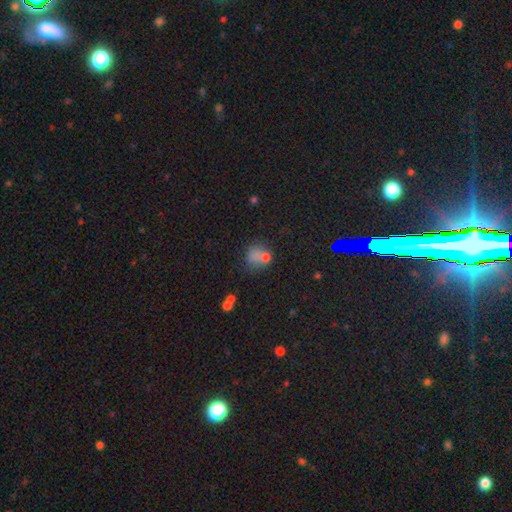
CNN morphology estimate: A smooth galaxy with no disk features (69%) that is round (65%). Merging: none (37%).